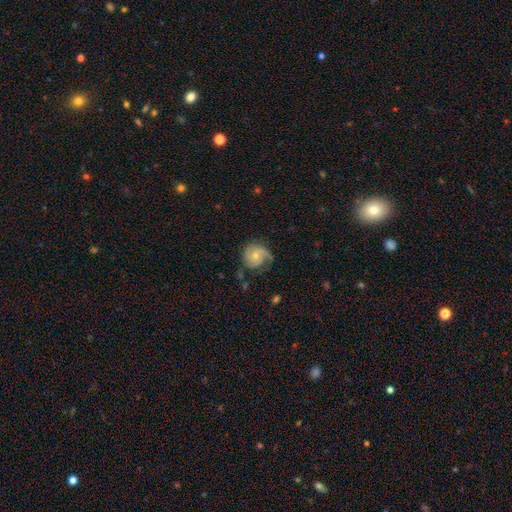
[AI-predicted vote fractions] smooth_or_featured: featured or disk (p=0.73) [alt: smooth p=0.20]
disk_edge_on: no (p=0.98) [alt: yes p=0.02]
bar: no (p=0.68) [alt: weak p=0.28]
has_spiral_arms: yes (p=0.95) [alt: no p=0.05]
spiral_winding: medium (p=0.43) [alt: tight p=0.39]
spiral_arm_count: 2 (p=0.54) [alt: 1 p=0.16]
bulge_size: small (p=0.51) [alt: moderate p=0.37]
merging: none (p=0.61) [alt: minor disturbance p=0.24]